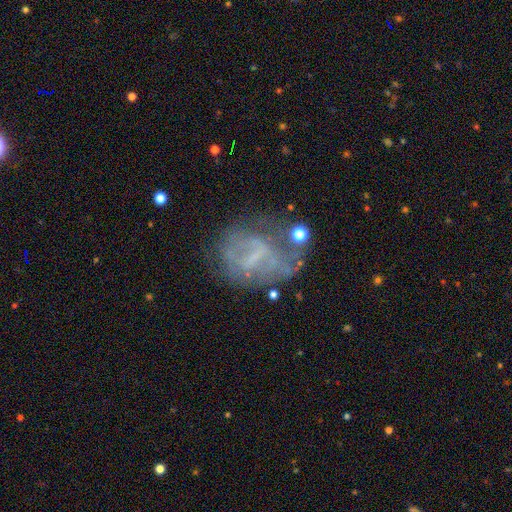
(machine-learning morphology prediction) type=featured or disk (60%); edge-on=no (96%); bar=no (44%); spiral arms=no (64%); bulge=none (59%); merging=none (44%).